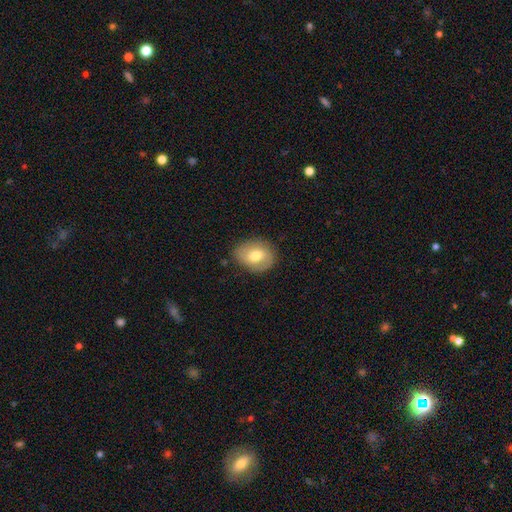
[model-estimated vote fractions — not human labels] smooth-or-featured: smooth: 63% | featured or disk: 29% | star or artifact: 7%
  how-rounded: in between: 63% | round: 35% | cigar-shaped: 1%
  merging: none: 80% | minor disturbance: 15% | major disturbance: 4% | merger: 1%